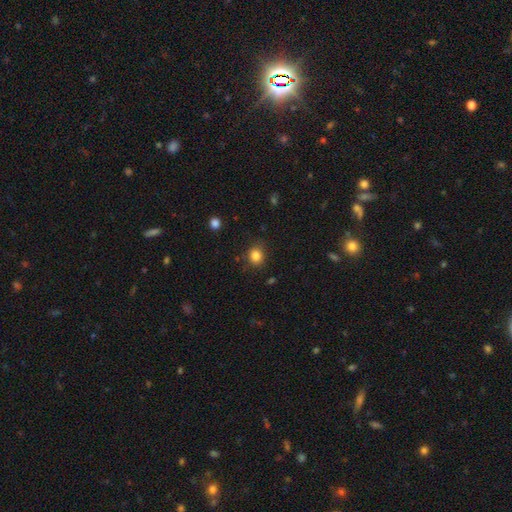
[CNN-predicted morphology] Q: Smooth or featured?
A: smooth (83%); runner-up: star or artifact (12%)
Q: How rounded?
A: round (73%); runner-up: in between (26%)
Q: Merging?
A: none (82%); runner-up: minor disturbance (12%)